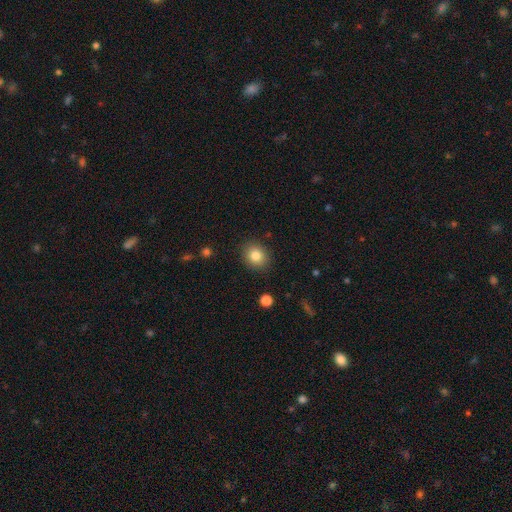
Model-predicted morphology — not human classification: A smooth galaxy with no disk features (83%) that is round (69%).

Vote fractions:
- Smooth or featured? smooth: 83% / star or artifact: 10% / featured or disk: 7%
- How rounded? round: 69% / in between: 30% / cigar-shaped: 1%
- Merging? none: 89% / minor disturbance: 8% / major disturbance: 2% / merger: 1%